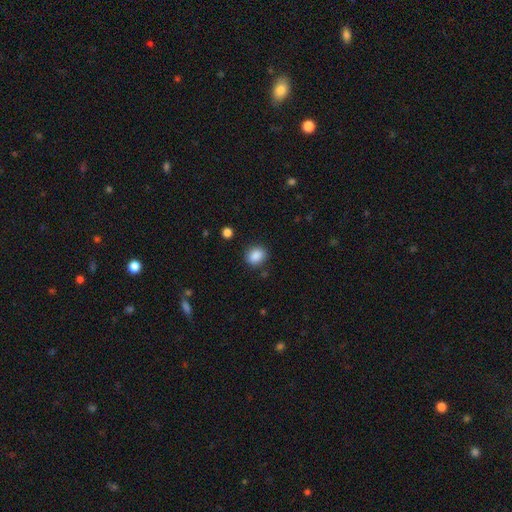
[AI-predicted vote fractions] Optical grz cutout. It shows a smooth galaxy with no disk features (88%) that is round (58%). Merging: none (86%).